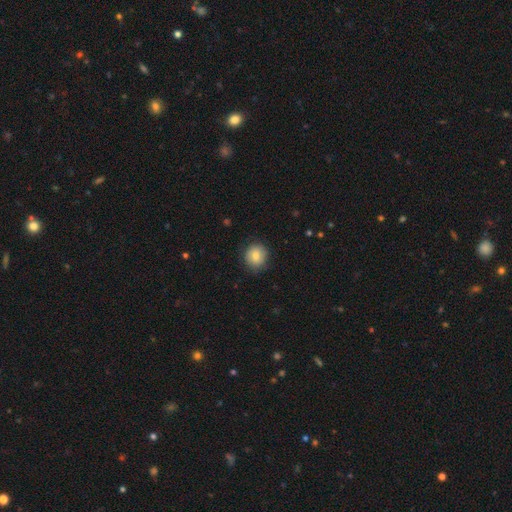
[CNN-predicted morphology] type=smooth (79%); roundness=round (86%); merging=none (85%).